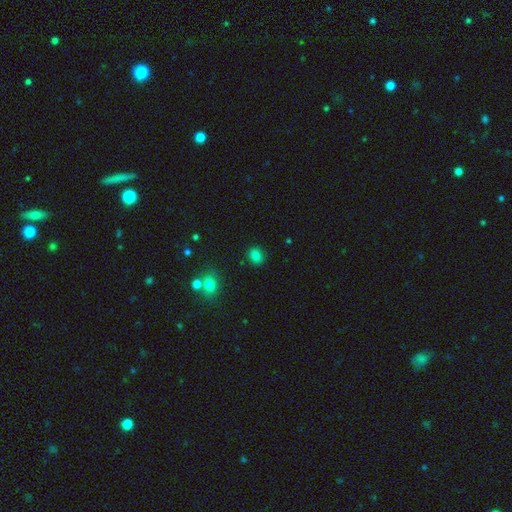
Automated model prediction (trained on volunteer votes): Smooth or featured?
  - smooth: 82% *
  - star or artifact: 13%
  - featured or disk: 5%
How rounded?
  - round: 56% *
  - in between: 43%
  - cigar-shaped: 1%
Merging?
  - none: 86% *
  - minor disturbance: 9%
  - merger: 3%
  - major disturbance: 3%